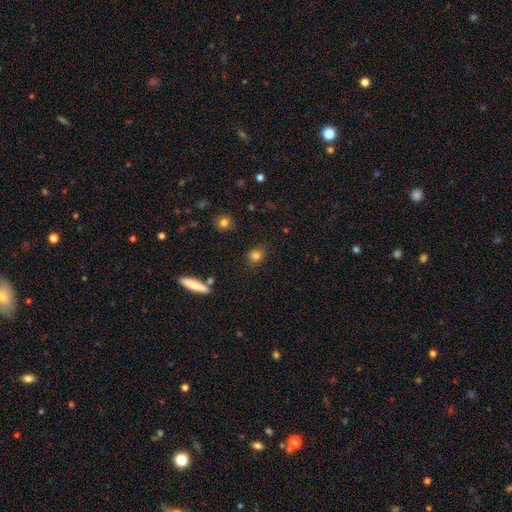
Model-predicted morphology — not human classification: type=smooth (82%); roundness=round (62%); merging=none (80%).